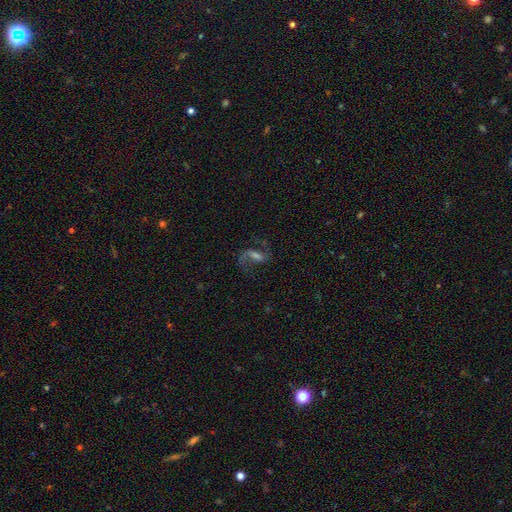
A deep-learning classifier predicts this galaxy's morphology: Q: Smooth or featured?
A: featured or disk (80%); runner-up: star or artifact (10%)
Q: Edge-on disk?
A: no (96%); runner-up: yes (4%)
Q: Bar?
A: weak (49%); runner-up: strong (29%)
Q: Spiral arms?
A: yes (95%); runner-up: no (5%)
Q: Spiral winding?
A: loose (65%); runner-up: medium (30%)
Q: Spiral arm count?
A: 2 (86%); runner-up: 1 (8%)
Q: Bulge size?
A: moderate (36%); runner-up: small (35%)
Q: Merging?
A: none (67%); runner-up: major disturbance (16%)